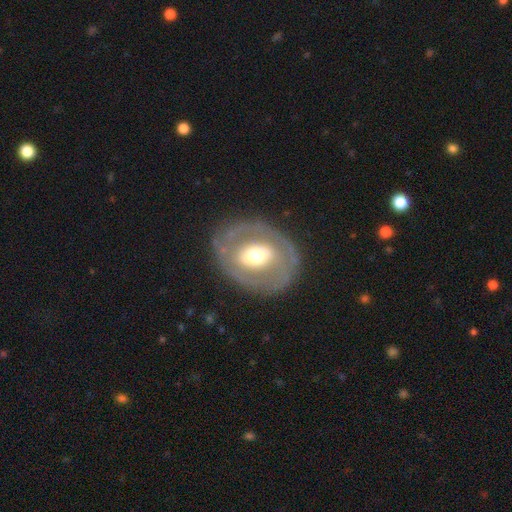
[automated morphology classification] A featured or disk galaxy (59%) with no bar (45%), no spiral arms (80%) and a moderate central bulge (57%).

Vote fractions:
- Smooth or featured? featured or disk: 59% / smooth: 34% / star or artifact: 6%
- Edge-on disk? no: 92% / yes: 8%
- Bar? no: 45% / weak: 29% / strong: 26%
- Spiral arms? no: 80% / yes: 20%
- Bulge size? moderate: 57% / large: 27% / small: 11% / dominant: 3% / none: 1%
- Merging? none: 76% / minor disturbance: 13% / major disturbance: 9% / merger: 2%